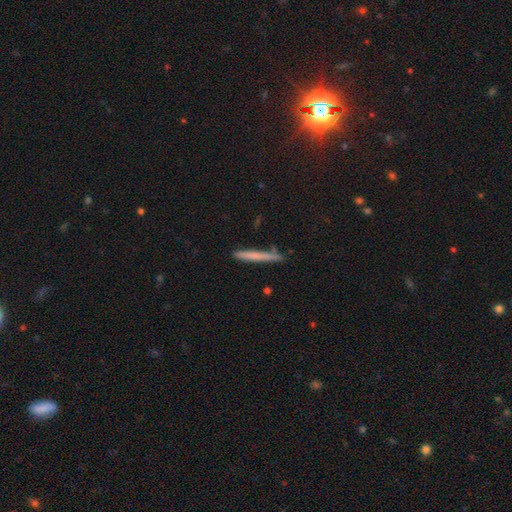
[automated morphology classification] Overall: smooth (67%). How rounded: cigar-shaped (97%). Merging: none (83%).